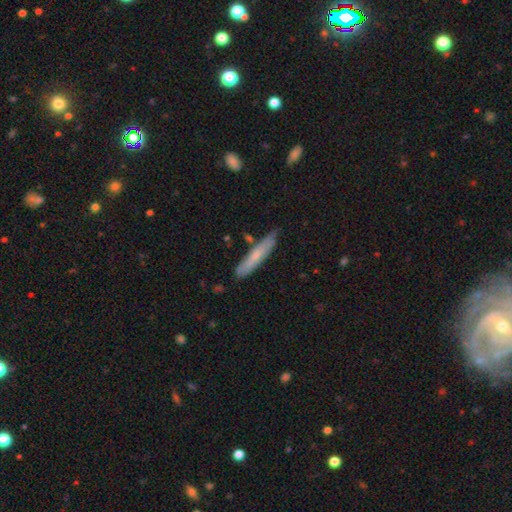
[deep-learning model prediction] A smooth galaxy with no disk features (62%) that is cigar-shaped (90%). Merging: none (77%).